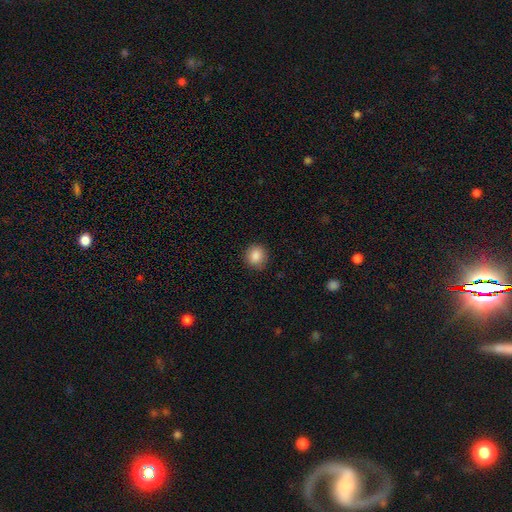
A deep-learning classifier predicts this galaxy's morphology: smooth-or-featured: smooth: 87% | star or artifact: 9% | featured or disk: 4%
  how-rounded: round: 87% | in between: 12% | cigar-shaped: 1%
  merging: none: 89% | minor disturbance: 8% | major disturbance: 2% | merger: 1%